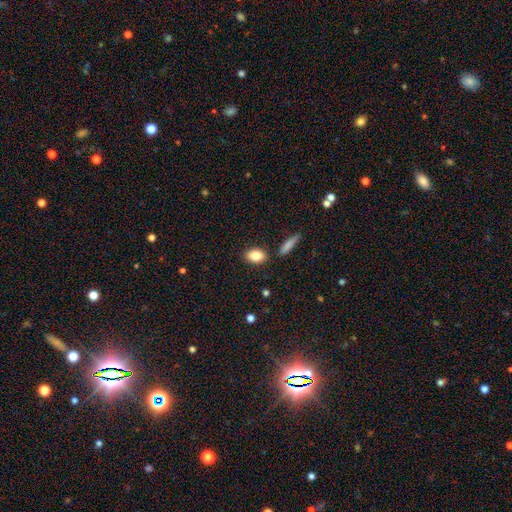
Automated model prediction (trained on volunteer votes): This appears to be a smooth galaxy with no disk features (84%) that is in between round and cigar-shaped (85%). Merging: none (84%).